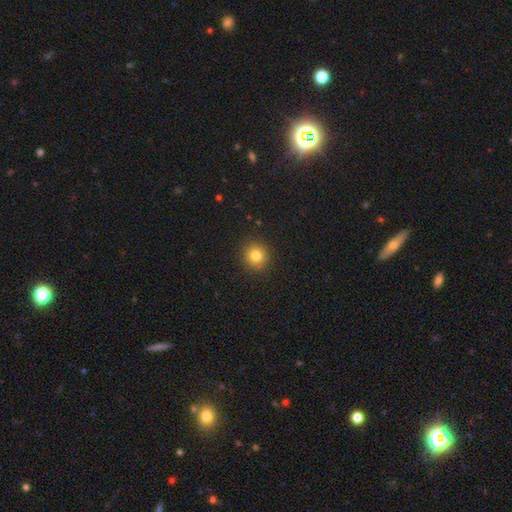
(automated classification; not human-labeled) The model was most divided on "smooth or featured": smooth: 81%, star or artifact: 13%, featured or disk: 6%. More confident: how rounded — round (94%); merging — none (91%).